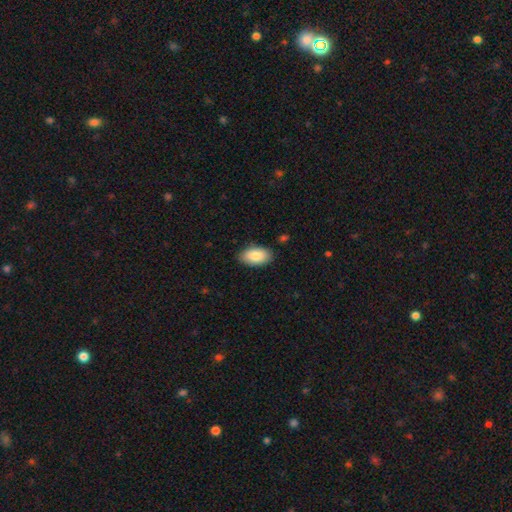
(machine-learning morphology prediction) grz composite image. It shows a smooth galaxy with no disk features (87%) that is in between round and cigar-shaped (95%). Merging: none (86%).